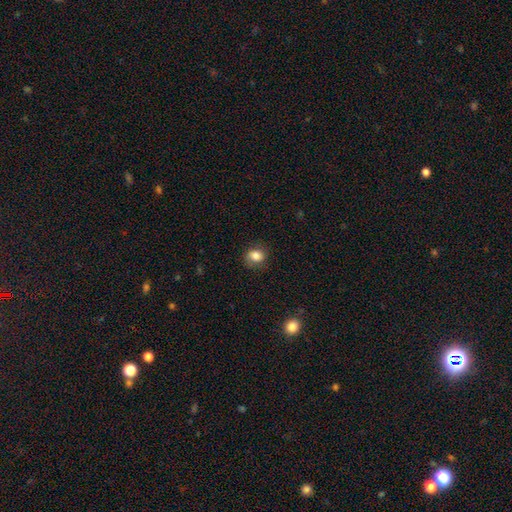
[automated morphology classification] smooth 81%, featured or disk 10%, star or artifact 9%. Down the decision tree: how rounded — round (58%); merging — none (79%).